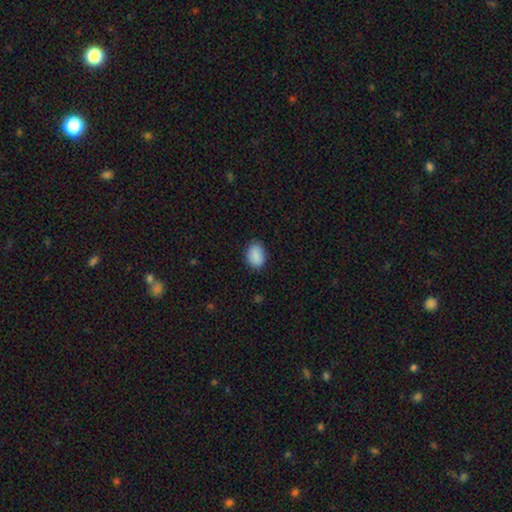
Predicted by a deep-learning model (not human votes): smooth-or-featured: smooth: 90% | star or artifact: 7% | featured or disk: 3%
  how-rounded: in between: 72% | round: 27% | cigar-shaped: 1%
  merging: none: 83% | minor disturbance: 13% | major disturbance: 3% | merger: 1%